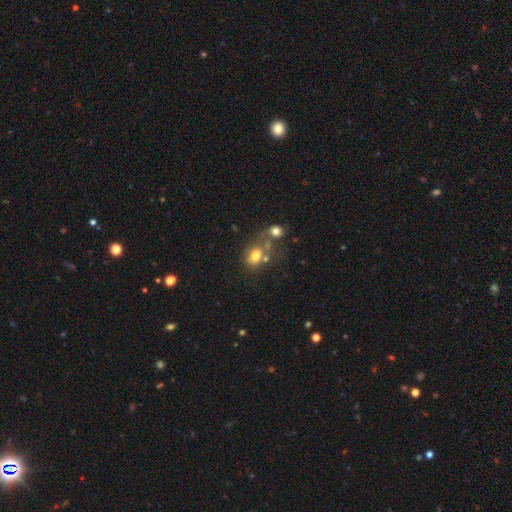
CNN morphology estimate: Overall: smooth (73%). How rounded: in between (58%; round 41%). Merging: none (38%; merger 37%).